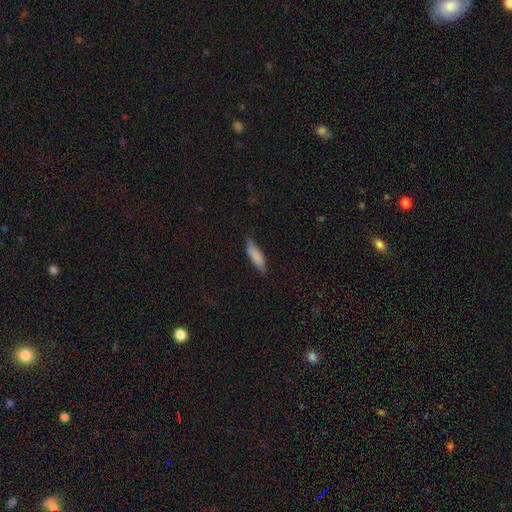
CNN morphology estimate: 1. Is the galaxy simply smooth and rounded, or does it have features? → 84% smooth, 10% featured or disk, 6% star or artifact.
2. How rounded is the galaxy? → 56% cigar-shaped, 43% in between, 2% round.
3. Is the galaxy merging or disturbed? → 73% none, 22% minor disturbance, 4% major disturbance, 1% merger.